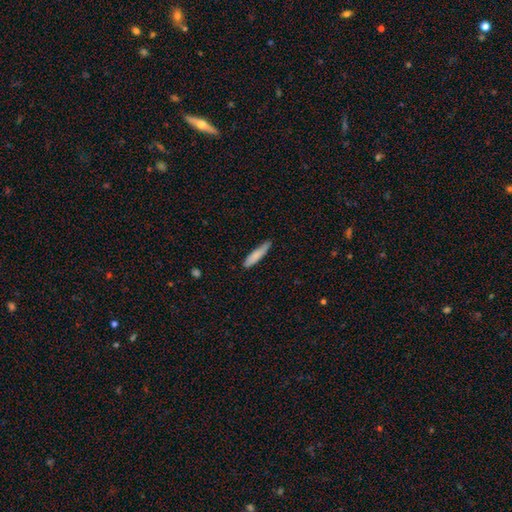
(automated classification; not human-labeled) smooth-or-featured: smooth: 82% | featured or disk: 12% | star or artifact: 6%
  how-rounded: cigar-shaped: 85% | in between: 14% | round: 1%
  merging: none: 73% | minor disturbance: 22% | major disturbance: 3% | merger: 2%